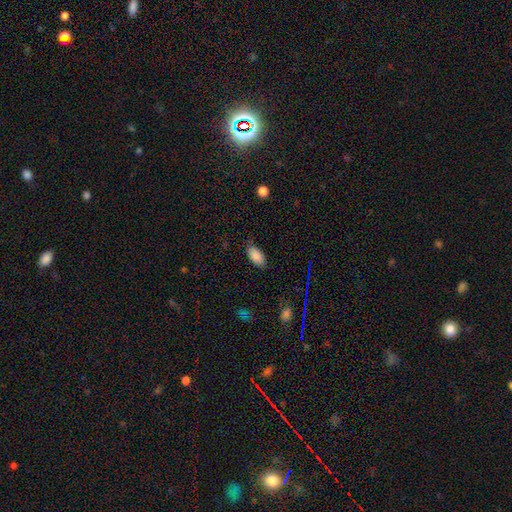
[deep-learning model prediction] A smooth galaxy with no disk features (87%) that is in between round and cigar-shaped (93%). Merging: none (79%).